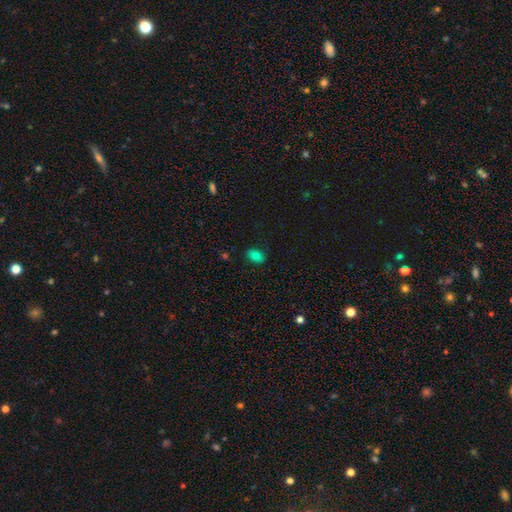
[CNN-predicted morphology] Overall: smooth (81%). How rounded: in between (82%). Merging: none (87%).